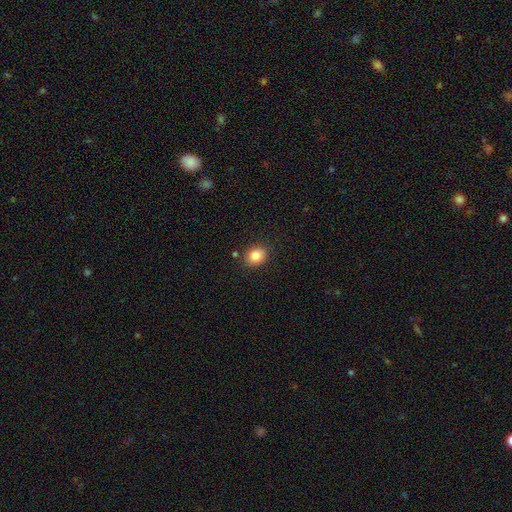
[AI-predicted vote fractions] Smooth or featured: smooth — 84% (star or artifact — 9%)
How rounded: round — 53% (in between — 46%)
Merging: none — 86% (minor disturbance — 9%)